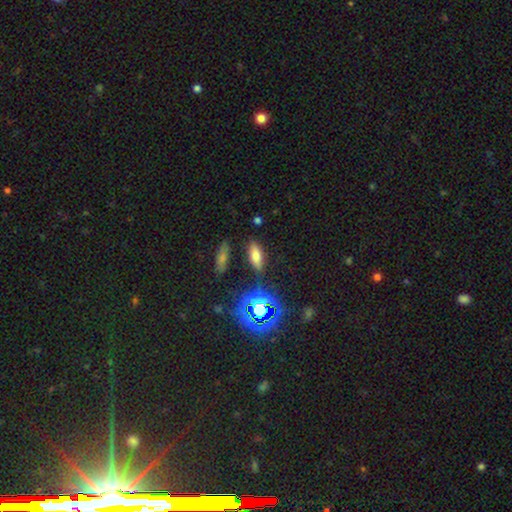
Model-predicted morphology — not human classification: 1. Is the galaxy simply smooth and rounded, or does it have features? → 66% smooth, 22% star or artifact, 12% featured or disk.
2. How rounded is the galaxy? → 73% in between, 22% cigar-shaped, 5% round.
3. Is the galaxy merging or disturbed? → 80% none, 12% minor disturbance, 4% major disturbance, 4% merger.